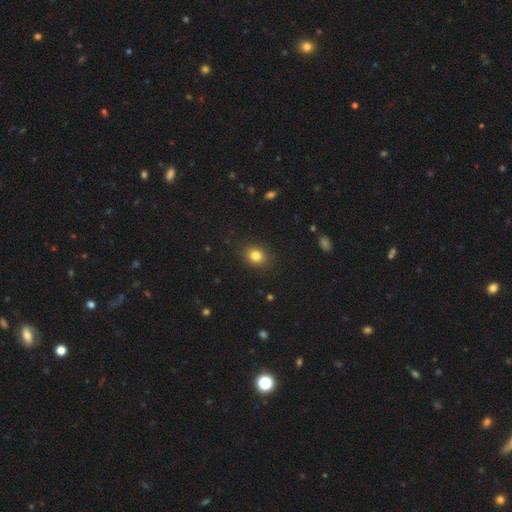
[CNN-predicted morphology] The model was most divided on "how rounded": round: 65%, in between: 34%, cigar-shaped: 1%. More confident: merging — none (88%); smooth or featured — smooth (82%).